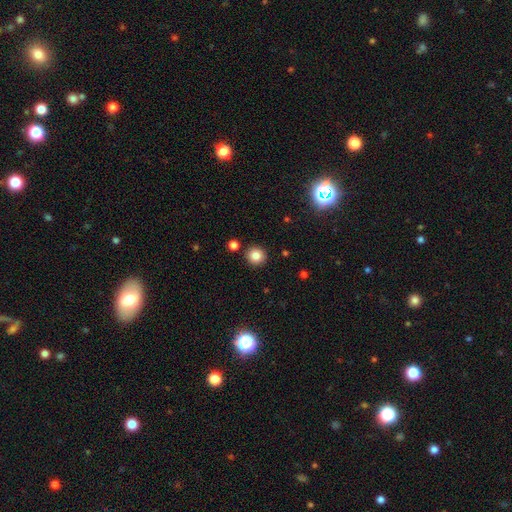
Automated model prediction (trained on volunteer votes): A smooth galaxy with no disk features (83%) that is round (93%). Merging: none (89%).